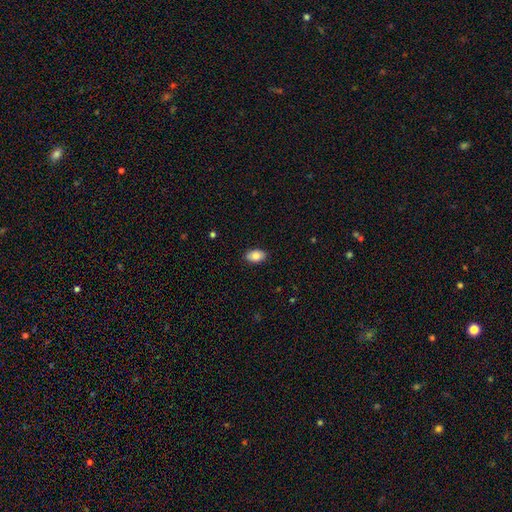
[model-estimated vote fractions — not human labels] Overall: smooth (84%). How rounded: in between (90%). Merging: none (88%).